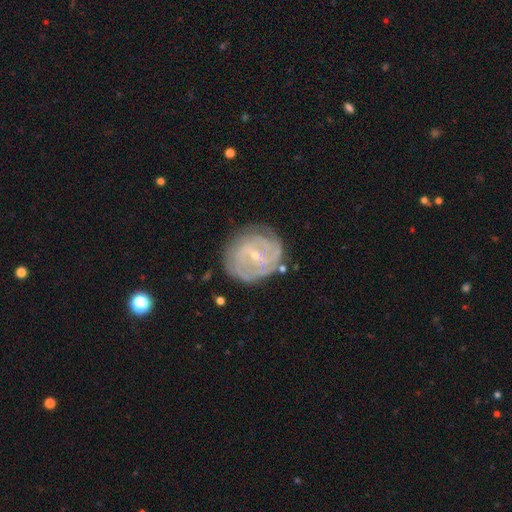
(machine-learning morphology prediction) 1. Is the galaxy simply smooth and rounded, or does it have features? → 81% featured or disk, 13% smooth, 6% star or artifact.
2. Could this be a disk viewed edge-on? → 97% no, 3% yes.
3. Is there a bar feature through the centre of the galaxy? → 52% weak, 31% strong, 17% no.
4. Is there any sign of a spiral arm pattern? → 89% yes, 11% no.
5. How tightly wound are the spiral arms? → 58% tight, 31% medium, 11% loose.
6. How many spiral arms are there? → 35% can't tell (tied), 35% 2 (tied), 14% 3, 7% 4, 4% 1, 4% more than 4.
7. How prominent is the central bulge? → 74% small, 22% moderate, 2% none, 1% large, 1% dominant.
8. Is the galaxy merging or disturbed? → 72% none, 18% minor disturbance, 7% major disturbance, 2% merger.